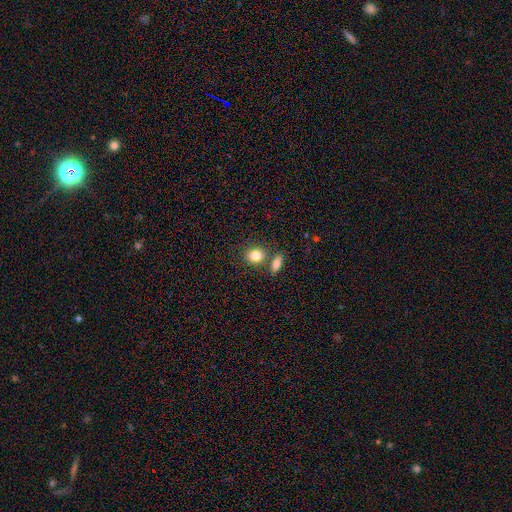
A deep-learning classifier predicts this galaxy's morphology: Smooth or featured?
  - smooth: 83% *
  - star or artifact: 9%
  - featured or disk: 8%
How rounded?
  - round: 59% *
  - in between: 39%
  - cigar-shaped: 2%
Merging?
  - none: 66% *
  - merger: 21%
  - minor disturbance: 10%
  - major disturbance: 3%